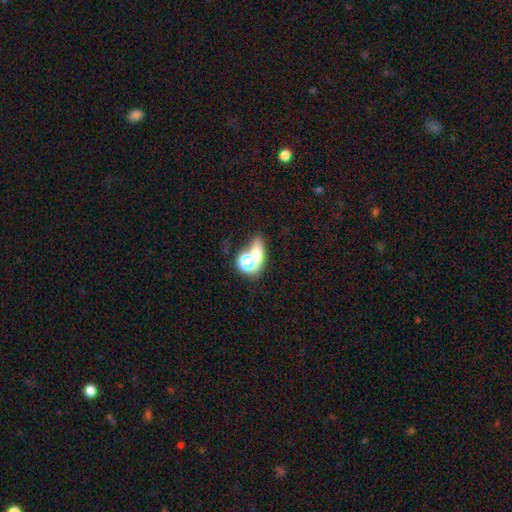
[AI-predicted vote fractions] A smooth galaxy with no disk features (63%) that is in between round and cigar-shaped (56%).

Vote fractions:
- Smooth or featured? smooth: 63% / featured or disk: 20% / star or artifact: 17%
- How rounded? in between: 56% / round: 38% / cigar-shaped: 7%
- Merging? merger: 50% / none: 31% / minor disturbance: 10% / major disturbance: 9%